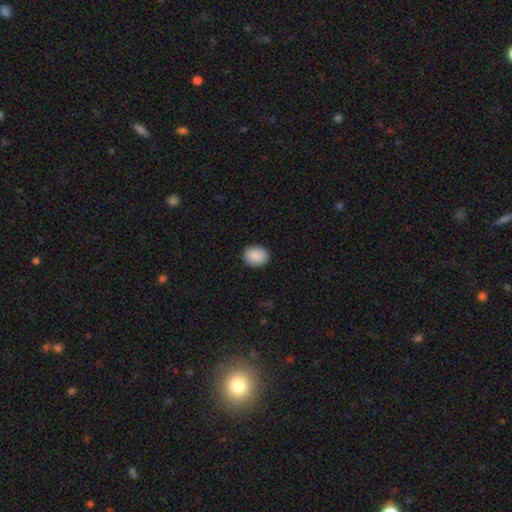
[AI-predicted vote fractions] smooth-or-featured: smooth: 89% | star or artifact: 7% | featured or disk: 3%
  how-rounded: round: 62% | in between: 37% | cigar-shaped: 1%
  merging: none: 89% | minor disturbance: 8% | major disturbance: 2% | merger: 1%